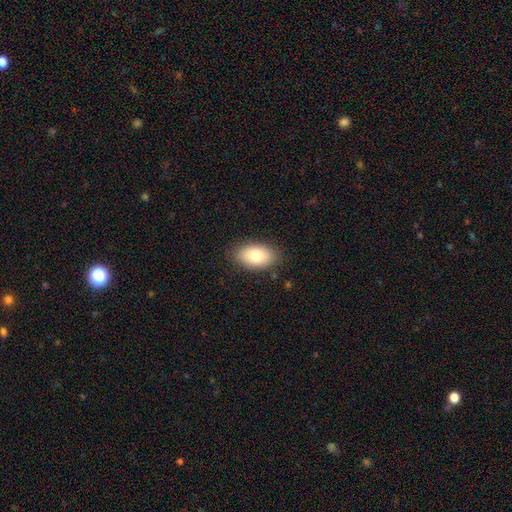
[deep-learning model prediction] Smooth or featured? Predicted: smooth (p=0.81). How rounded? Predicted: in between (p=0.92). Merging? Predicted: none (p=0.85).